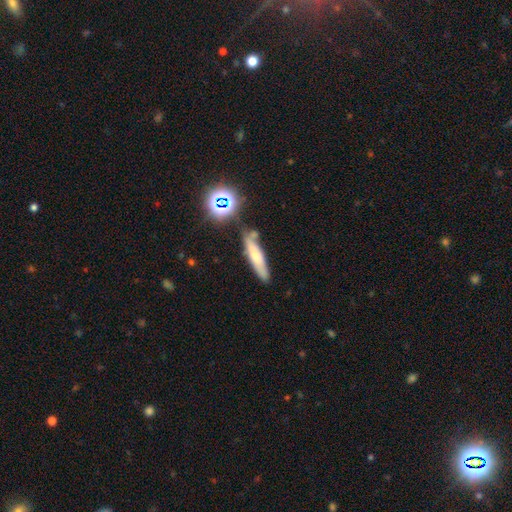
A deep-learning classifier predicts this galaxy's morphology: Smooth or featured?
  - smooth: 59% *
  - featured or disk: 28%
  - star or artifact: 13%
How rounded?
  - cigar-shaped: 78% *
  - in between: 19%
  - round: 4%
Merging?
  - none: 68% *
  - minor disturbance: 16%
  - merger: 11%
  - major disturbance: 5%